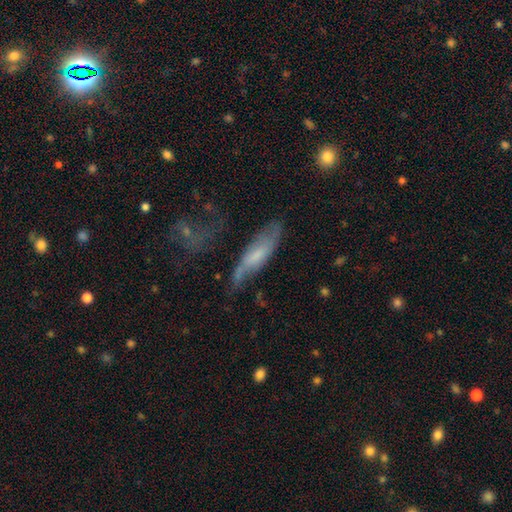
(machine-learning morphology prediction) A smooth galaxy with no disk features (47%).

Vote fractions:
- Smooth or featured? smooth: 47% / featured or disk: 45% / star or artifact: 8%
- Merging? none: 46% / minor disturbance: 28% / major disturbance: 21% / merger: 5%